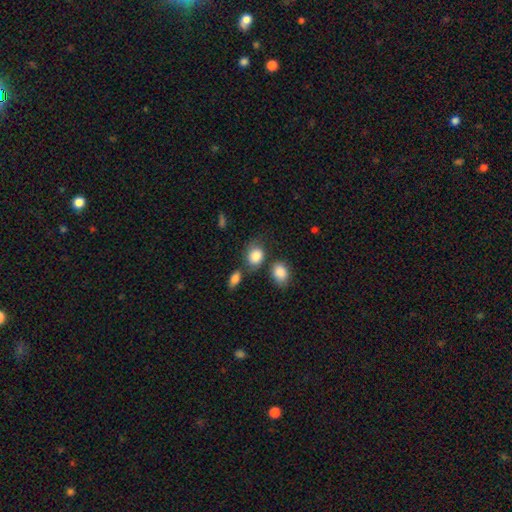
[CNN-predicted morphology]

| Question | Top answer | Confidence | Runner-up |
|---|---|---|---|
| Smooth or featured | smooth | 84% | star or artifact (8%) |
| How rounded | in between | 55% | round (44%) |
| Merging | none | 59% | minor disturbance (19%) |